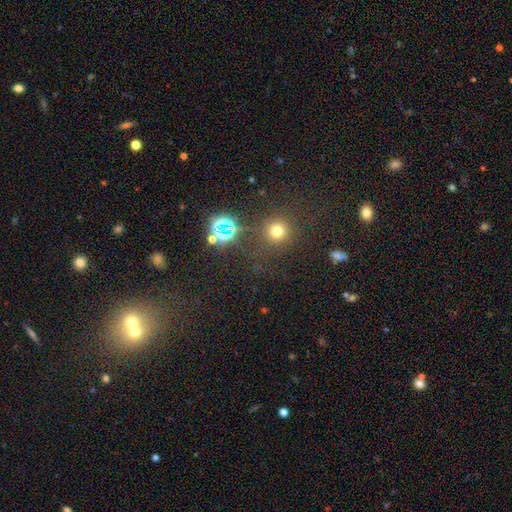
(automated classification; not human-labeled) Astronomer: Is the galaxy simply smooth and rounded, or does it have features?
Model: smooth — 55% (runner-up: star or artifact, 38%).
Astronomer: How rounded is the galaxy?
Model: round — 90%.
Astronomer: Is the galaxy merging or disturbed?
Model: none — 77%.